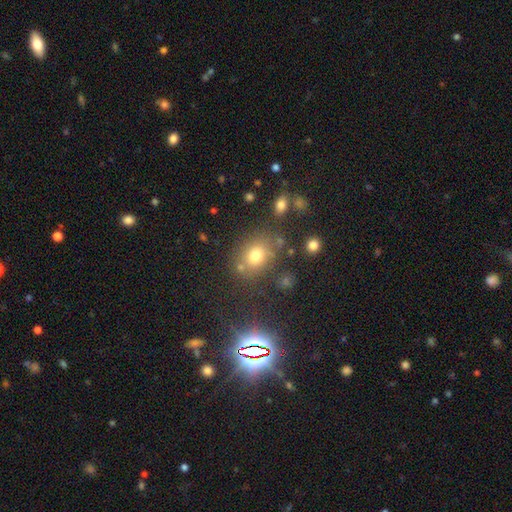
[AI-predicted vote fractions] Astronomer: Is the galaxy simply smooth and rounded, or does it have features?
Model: smooth — 71%.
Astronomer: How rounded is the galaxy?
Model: round — 59% (runner-up: in between, 39%).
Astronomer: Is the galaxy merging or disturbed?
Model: none — 72%.